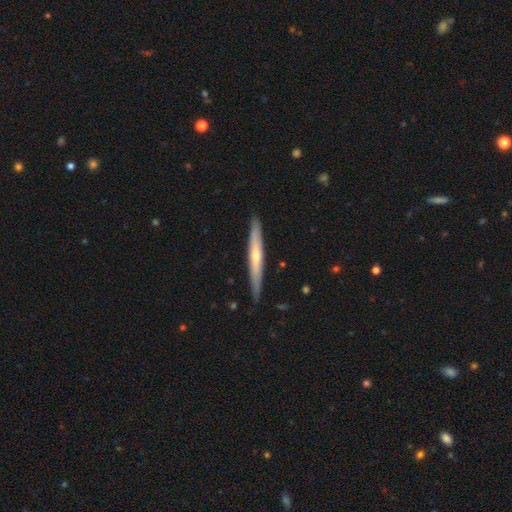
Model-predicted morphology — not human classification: This is likely a featured or disk galaxy (65%). It is clearly viewed edge-on (96%). Edge-on bulge: likely rounded (74%). Merging: clearly none (90%).